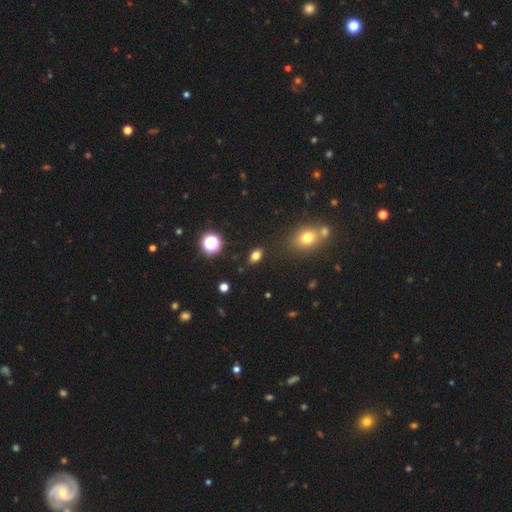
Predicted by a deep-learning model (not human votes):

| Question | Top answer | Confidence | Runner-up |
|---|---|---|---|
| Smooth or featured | smooth | 77% | star or artifact (16%) |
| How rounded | in between | 82% | round (15%) |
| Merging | none | 83% | minor disturbance (10%) |